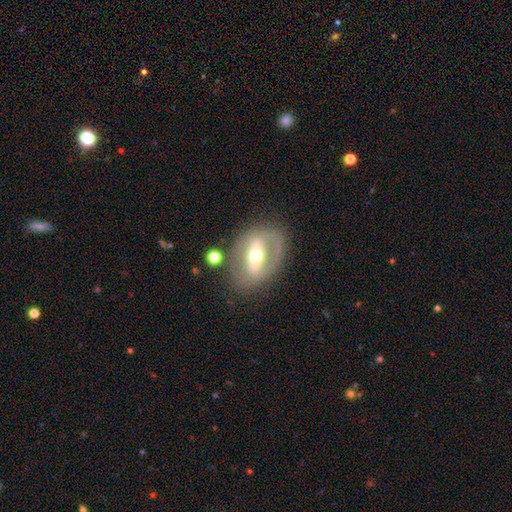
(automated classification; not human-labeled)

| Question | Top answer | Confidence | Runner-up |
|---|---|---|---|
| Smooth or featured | featured or disk | 70% | smooth (23%) |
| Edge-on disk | no | 89% | yes (11%) |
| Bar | strong | 54% | weak (25%) |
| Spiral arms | no | 61% | yes (39%) |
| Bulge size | moderate | 63% | small (29%) |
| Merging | none | 69% | minor disturbance (17%) |